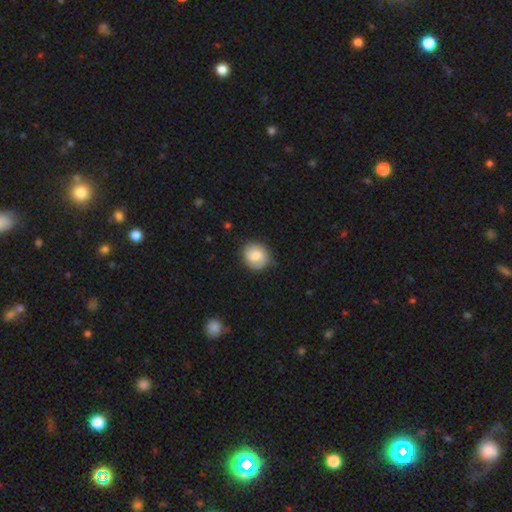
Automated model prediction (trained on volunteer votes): Smooth or featured? Predicted: smooth (p=0.67). How rounded? Predicted: round (p=0.82). Merging? Predicted: none (p=0.81).